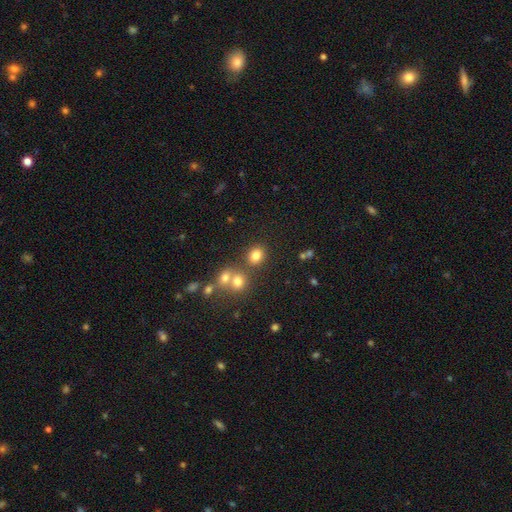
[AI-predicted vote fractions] This is likely a smooth galaxy (78%). How rounded: likely round (67%). Merging: likely none (72%).